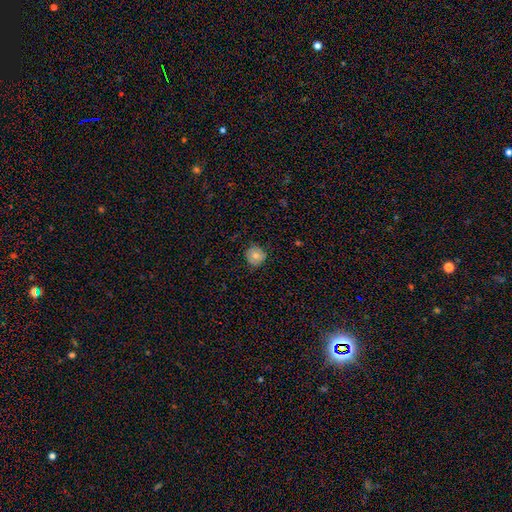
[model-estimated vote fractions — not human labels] smooth 74%, featured or disk 17%, star or artifact 9%. Down the decision tree: how rounded — round (89%); merging — none (77%).